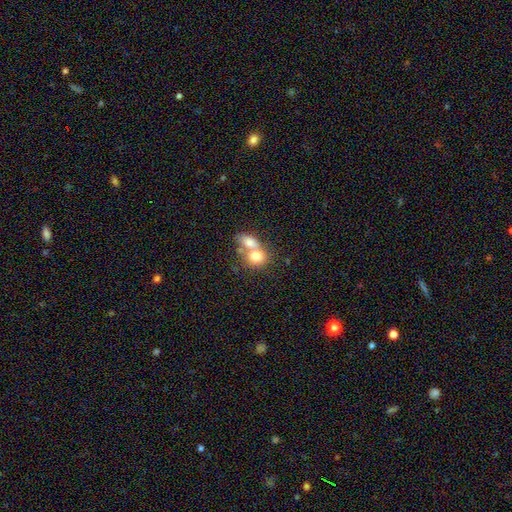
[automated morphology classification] This is likely a smooth galaxy (73%). How rounded: possibly round (52%). Merging: likely merger (71%).